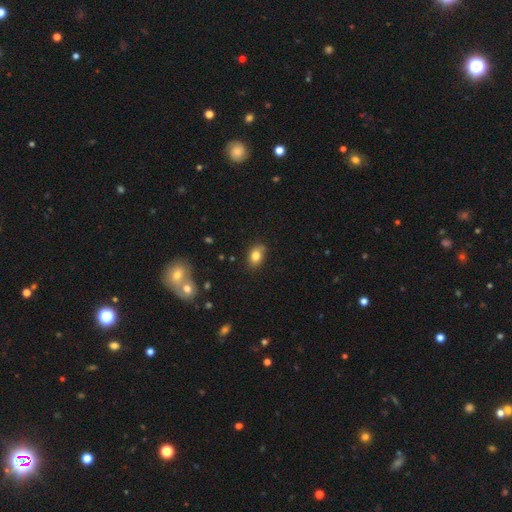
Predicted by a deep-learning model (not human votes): Q: Smooth or featured?
A: smooth (81%); runner-up: star or artifact (10%)
Q: How rounded?
A: in between (77%); runner-up: round (21%)
Q: Merging?
A: none (79%); runner-up: minor disturbance (16%)